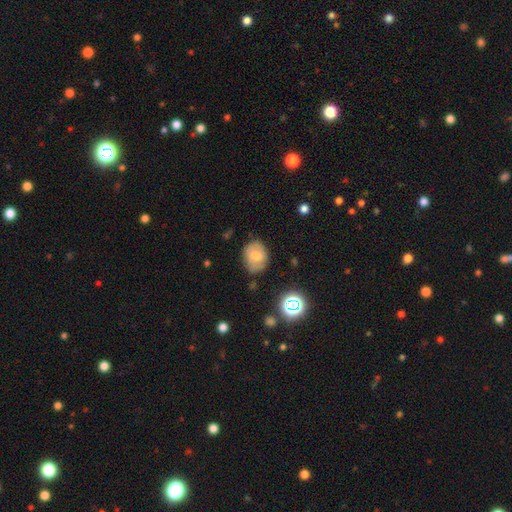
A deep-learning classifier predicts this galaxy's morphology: smooth 60%, featured or disk 30%, star or artifact 10%. Down the decision tree: how rounded — in between (56%); merging — none (68%).